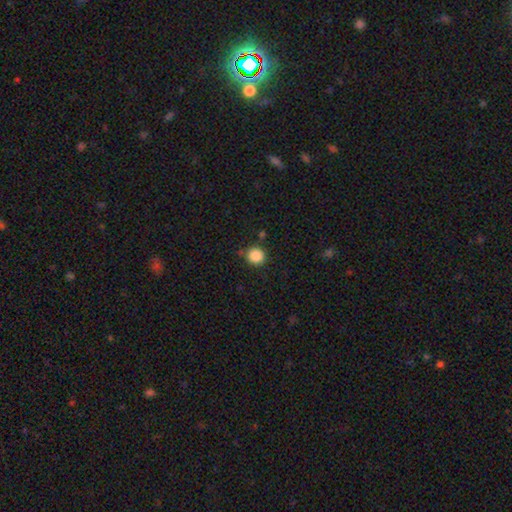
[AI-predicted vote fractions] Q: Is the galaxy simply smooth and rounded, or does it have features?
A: smooth — 87%.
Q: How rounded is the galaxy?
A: round — 93%.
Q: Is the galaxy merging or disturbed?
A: none — 83%.